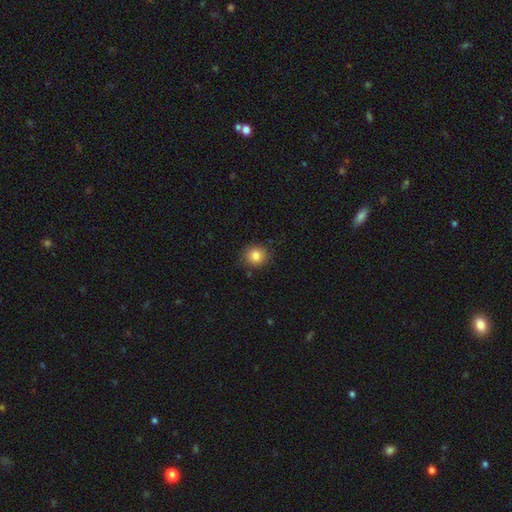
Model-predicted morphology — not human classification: smooth 83%, star or artifact 11%, featured or disk 6%. Down the decision tree: how rounded — round (87%); merging — none (86%).